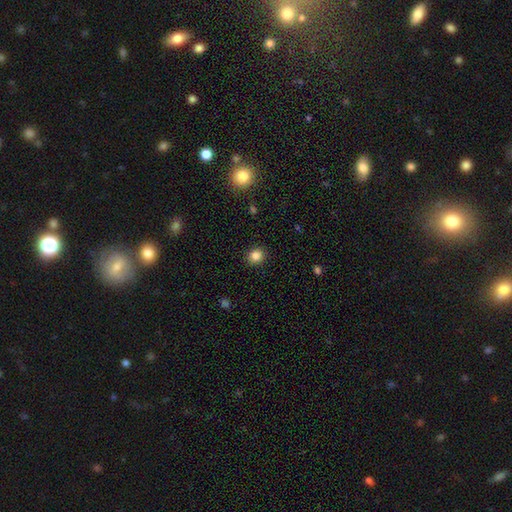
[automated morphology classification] A smooth galaxy with no disk features (84%) that is round (79%).

Vote fractions:
- Smooth or featured? smooth: 84% / star or artifact: 12% / featured or disk: 5%
- How rounded? round: 79% / in between: 20% / cigar-shaped: 1%
- Merging? none: 91% / minor disturbance: 6% / major disturbance: 2% / merger: 1%